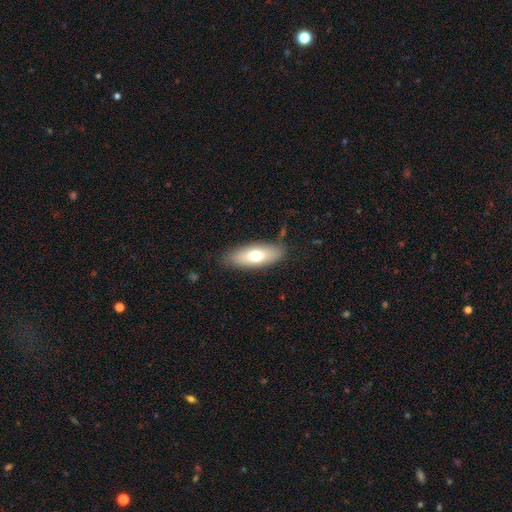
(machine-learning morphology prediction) smooth_or_featured: smooth (p=0.67) [alt: featured or disk p=0.27]
how_rounded: in between (p=0.70) [alt: cigar-shaped p=0.28]
merging: none (p=0.84) [alt: minor disturbance p=0.12]